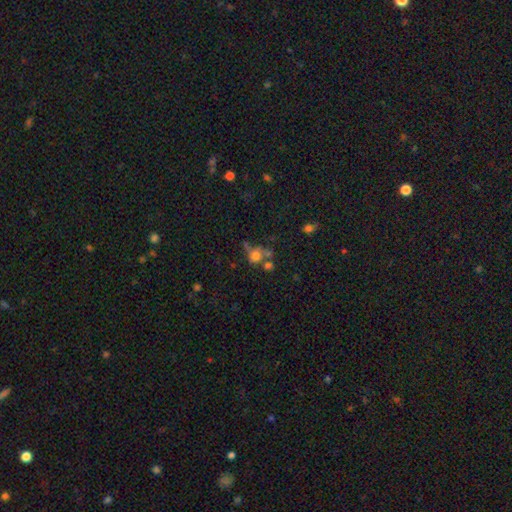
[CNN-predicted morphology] The model was most divided on "merging": none: 37%, merger: 34%, minor disturbance: 15%, major disturbance: 15%. More confident: how rounded — round (72%); smooth or featured — smooth (62%).